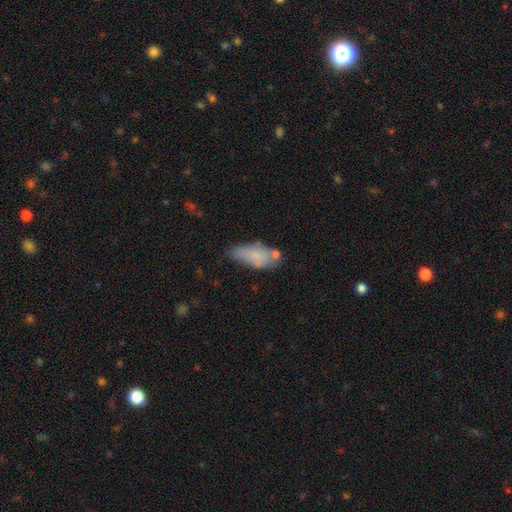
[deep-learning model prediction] Smooth or featured: smooth — 76% (featured or disk — 16%)
How rounded: in between — 79% (cigar-shaped — 19%)
Merging: none — 53% (minor disturbance — 27%)